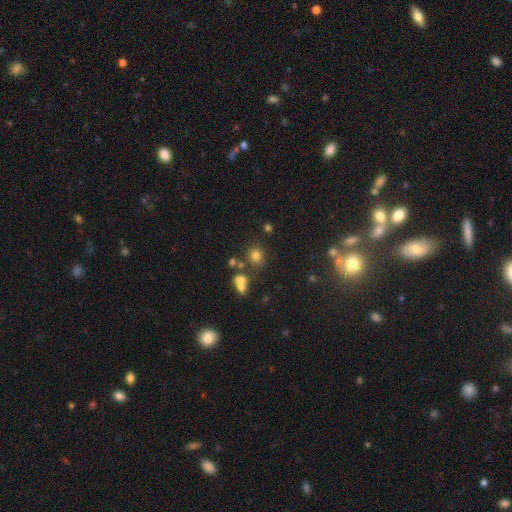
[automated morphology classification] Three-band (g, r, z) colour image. It shows a smooth galaxy with no disk features (74%) that is round (82%). Merging: none (70%).